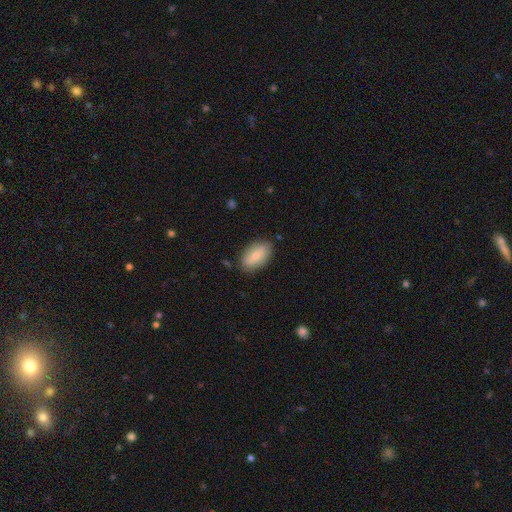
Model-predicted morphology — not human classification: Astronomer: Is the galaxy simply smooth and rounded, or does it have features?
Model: smooth — 72%.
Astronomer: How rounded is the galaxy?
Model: in between — 92%.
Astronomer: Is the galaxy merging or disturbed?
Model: none — 82%.